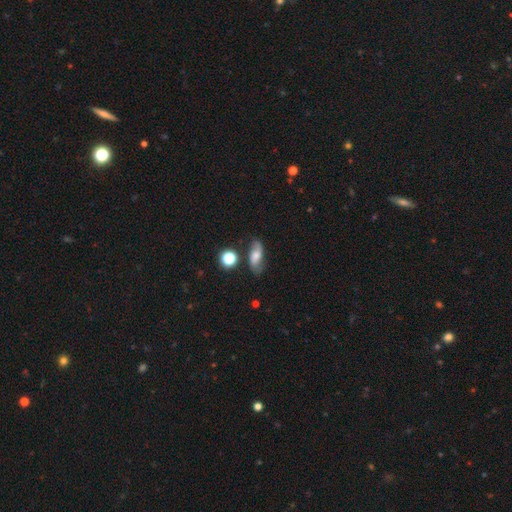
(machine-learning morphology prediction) A smooth galaxy with no disk features (47%). Merging: none (71%).